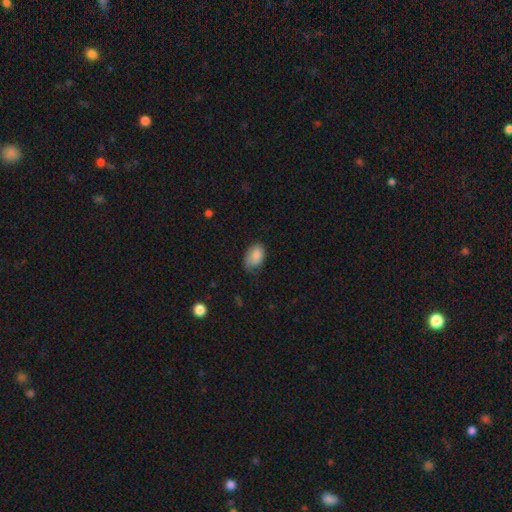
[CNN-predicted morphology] Smooth or featured? smooth (85%)
How rounded? in between (90%)
Merging? none (59%)